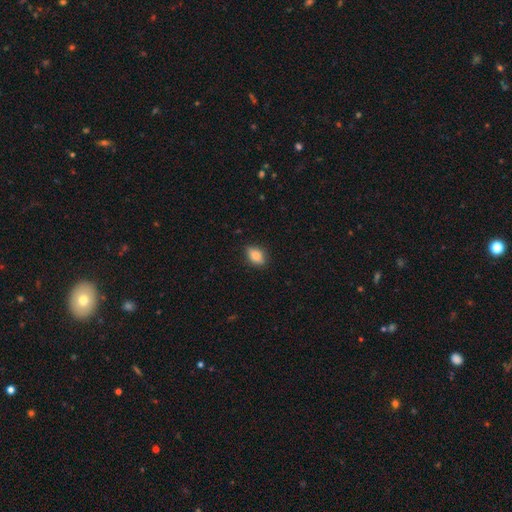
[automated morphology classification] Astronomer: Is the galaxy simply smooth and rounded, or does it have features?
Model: smooth — 83%.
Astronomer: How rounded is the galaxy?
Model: in between — 84%.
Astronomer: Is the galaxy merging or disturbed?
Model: none — 81%.